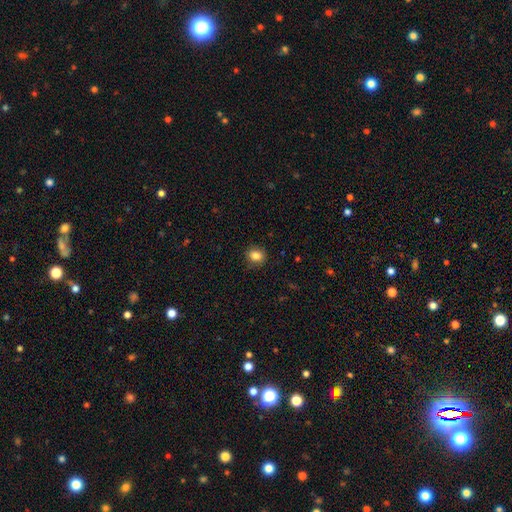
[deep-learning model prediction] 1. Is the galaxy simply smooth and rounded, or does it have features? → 84% smooth, 10% star or artifact, 6% featured or disk.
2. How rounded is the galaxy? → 73% round, 26% in between, 1% cigar-shaped.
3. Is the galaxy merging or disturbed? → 87% none, 9% minor disturbance, 2% major disturbance, 1% merger.